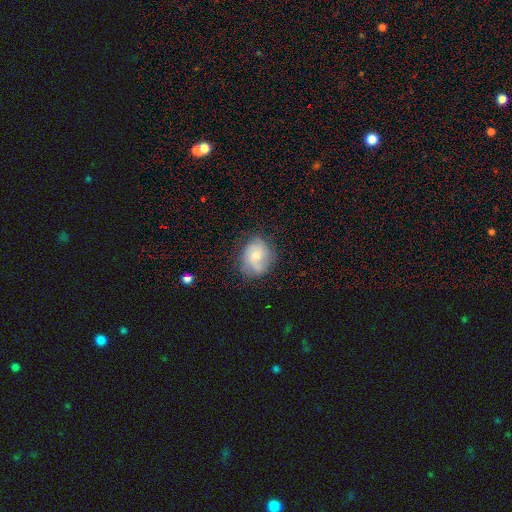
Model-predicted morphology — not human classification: type=smooth (49%); merging=none (65%).